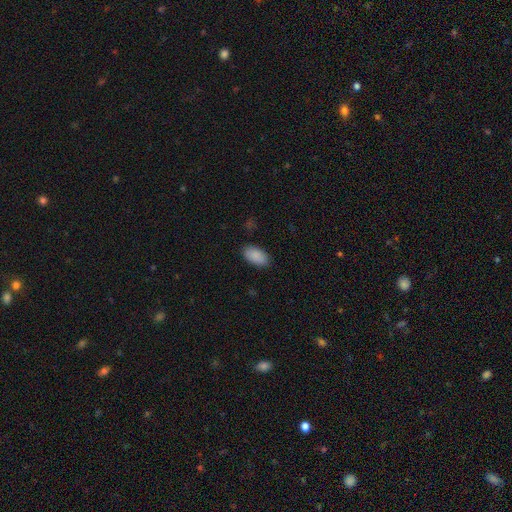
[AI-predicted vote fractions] Smooth or featured? Predicted: smooth (p=0.90). How rounded? Predicted: in between (p=0.95). Merging? Predicted: none (p=0.87).